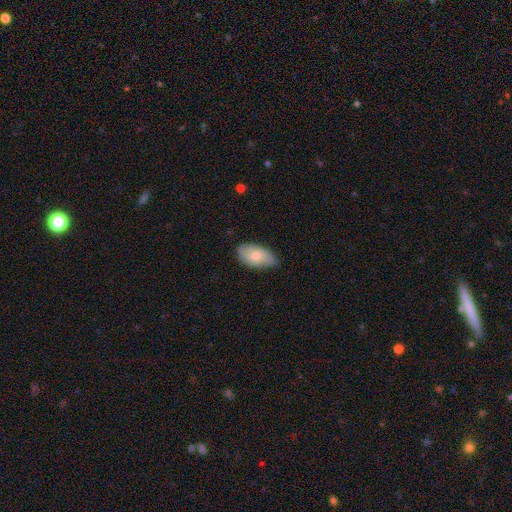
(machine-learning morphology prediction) smooth-or-featured: smooth: 53% | featured or disk: 41% | star or artifact: 6%
  how-rounded: in between: 93% | round: 5% | cigar-shaped: 3%
  merging: none: 73% | minor disturbance: 22% | major disturbance: 4% | merger: 1%